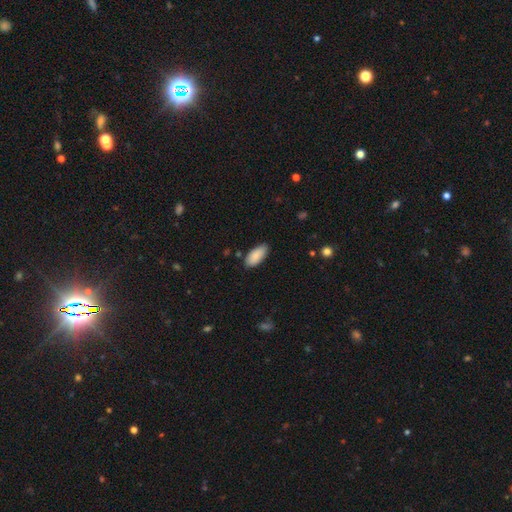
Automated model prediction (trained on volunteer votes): Smooth or featured? Predicted: smooth (p=0.87). How rounded? Predicted: in between (p=0.90). Merging? Predicted: none (p=0.82).